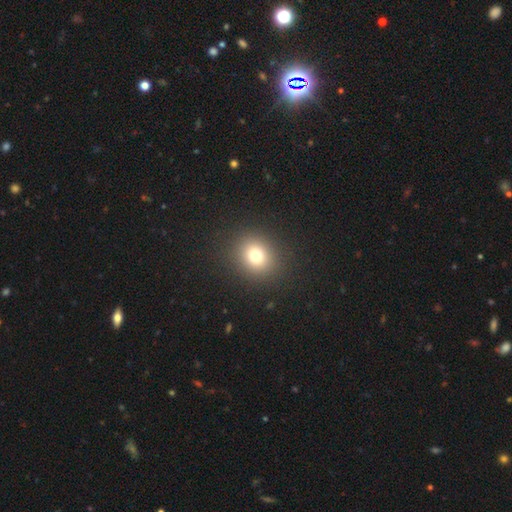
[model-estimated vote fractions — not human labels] Morphology: type=smooth (76%); roundness=round (77%); merging=none (90%).